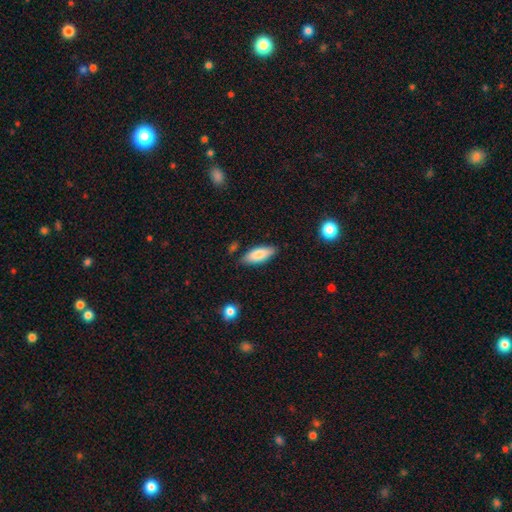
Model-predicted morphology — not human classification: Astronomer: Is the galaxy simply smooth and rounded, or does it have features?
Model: smooth — 83%.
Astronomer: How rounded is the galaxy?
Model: in between — 76%.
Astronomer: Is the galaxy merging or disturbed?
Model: none — 82%.